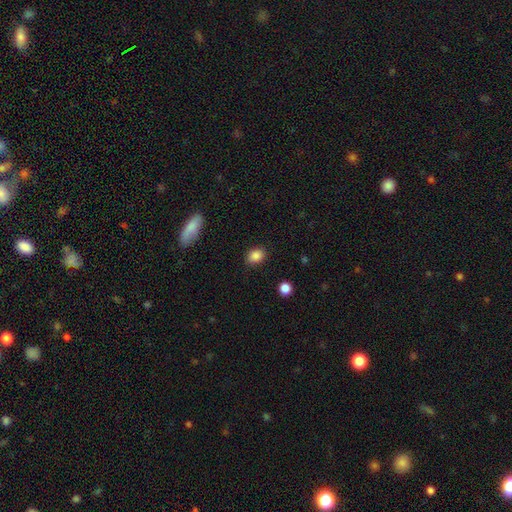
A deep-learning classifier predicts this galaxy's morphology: smooth_or_featured: smooth (p=0.87) [alt: star or artifact p=0.09]
how_rounded: in between (p=0.65) [alt: round p=0.34]
merging: none (p=0.85) [alt: minor disturbance p=0.11]